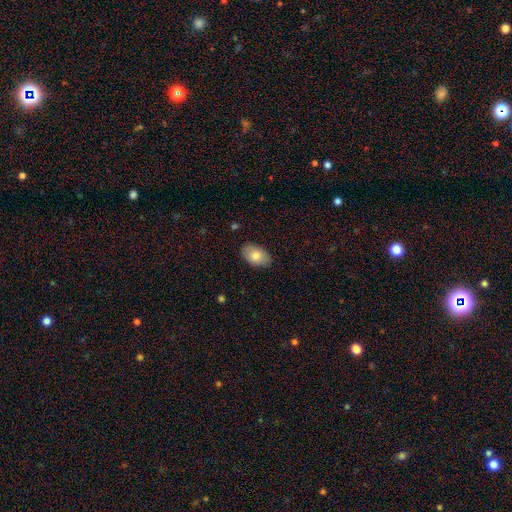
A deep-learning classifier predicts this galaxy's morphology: smooth-or-featured: smooth: 81% | featured or disk: 12% | star or artifact: 6%
  how-rounded: in between: 92% | round: 7% | cigar-shaped: 1%
  merging: none: 85% | minor disturbance: 12% | major disturbance: 2% | merger: 1%